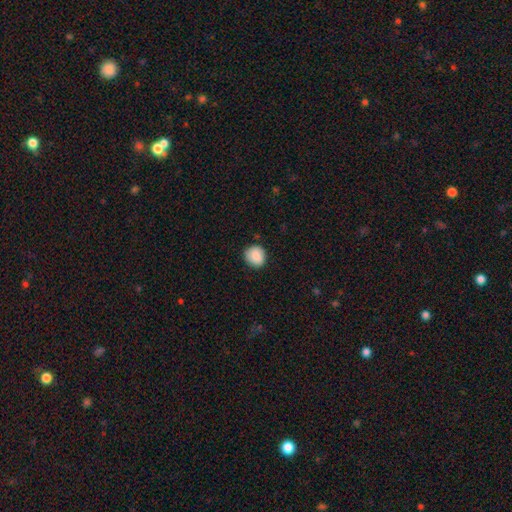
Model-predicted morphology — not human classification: This is clearly a smooth galaxy (88%). How rounded: clearly round (80%). Merging: clearly none (84%).